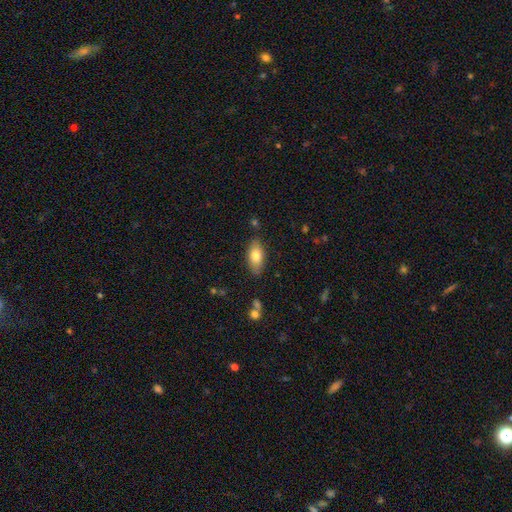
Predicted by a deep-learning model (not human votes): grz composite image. It shows a smooth galaxy with no disk features (78%) that is in between round and cigar-shaped (89%). Merging: none (82%).